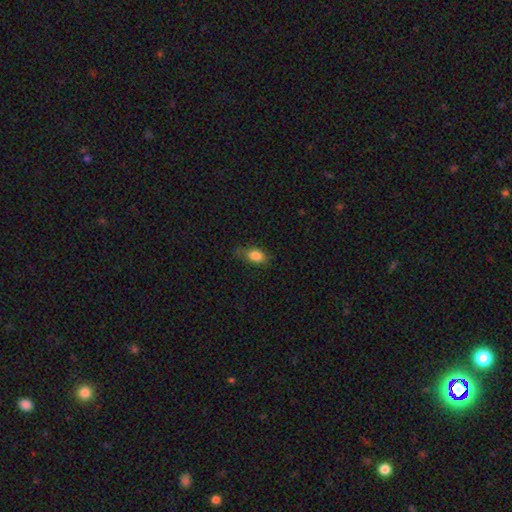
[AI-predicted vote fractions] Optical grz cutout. It shows a smooth galaxy with no disk features (84%) that is in between round and cigar-shaped (80%). Merging: none (67%).